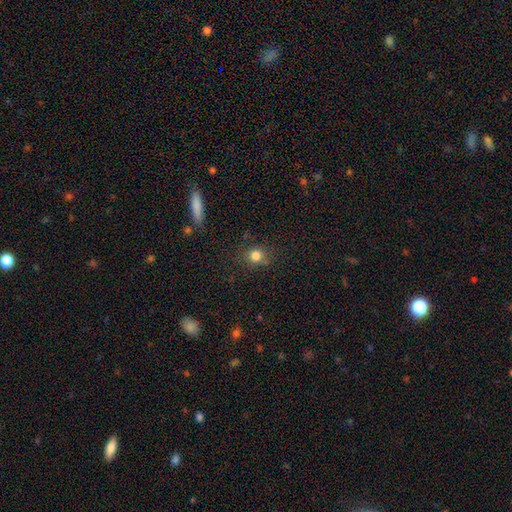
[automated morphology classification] A smooth galaxy with no disk features (80%) that is round (83%).

Vote fractions:
- Smooth or featured? smooth: 80% / star or artifact: 14% / featured or disk: 7%
- How rounded? round: 83% / in between: 16% / cigar-shaped: 1%
- Merging? none: 79% / minor disturbance: 14% / major disturbance: 4% / merger: 2%